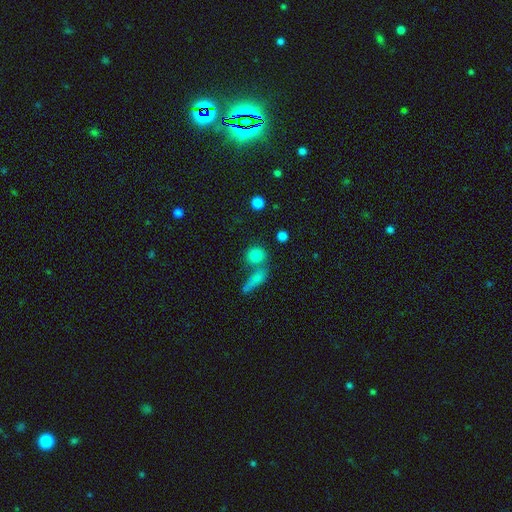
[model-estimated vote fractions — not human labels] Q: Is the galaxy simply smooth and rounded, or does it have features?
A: smooth — 81%.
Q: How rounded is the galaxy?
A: round — 76%.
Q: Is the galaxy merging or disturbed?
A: none — 58%.